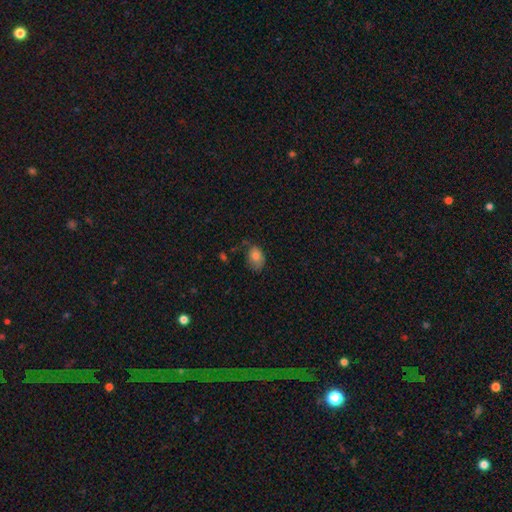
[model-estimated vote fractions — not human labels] Overall: smooth (80%). How rounded: in between (76%). Merging: none (49%; minor disturbance 35%).